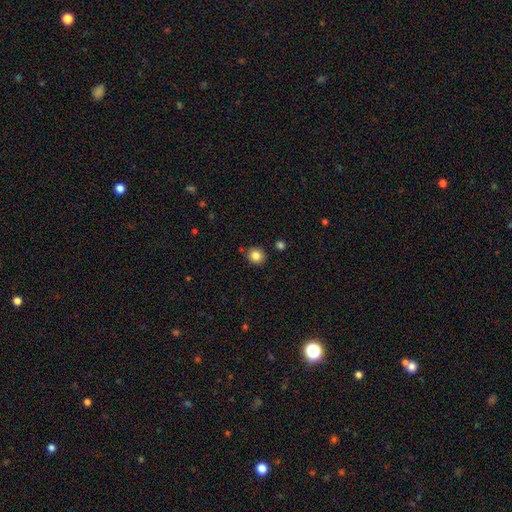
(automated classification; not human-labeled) Morphology: type=smooth (84%); roundness=round (87%); merging=none (87%).